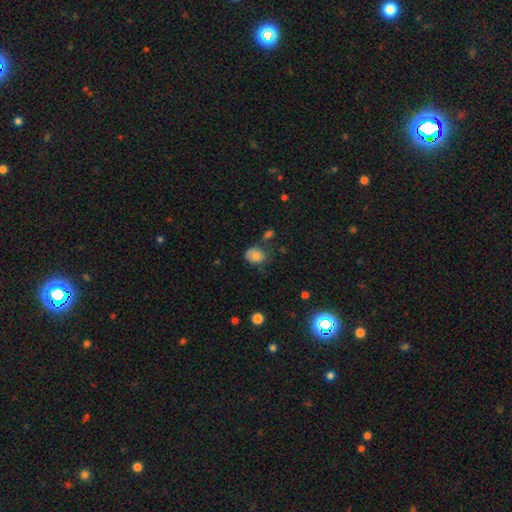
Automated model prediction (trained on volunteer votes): This is likely a smooth galaxy (75%). How rounded: possibly round (54%). Merging: possibly none (57%).